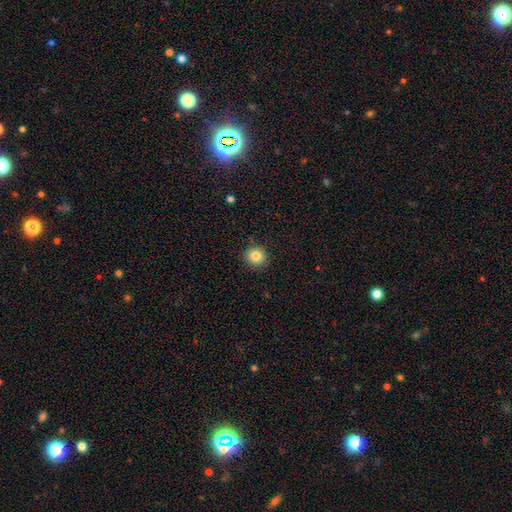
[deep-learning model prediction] This is clearly a smooth galaxy (83%). How rounded: clearly round (91%). Merging: clearly none (89%).